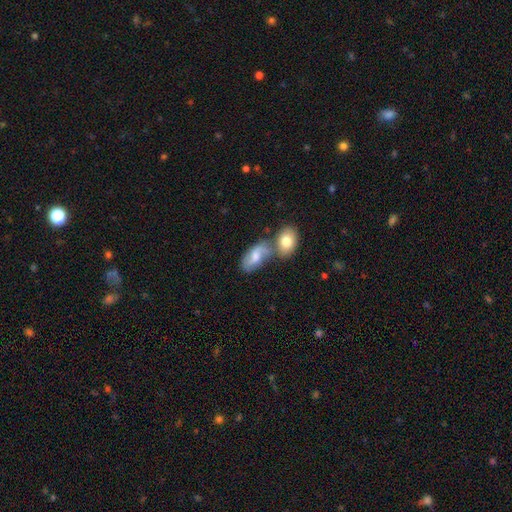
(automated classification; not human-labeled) A smooth galaxy with no disk features (48%). Merging: none (40%).